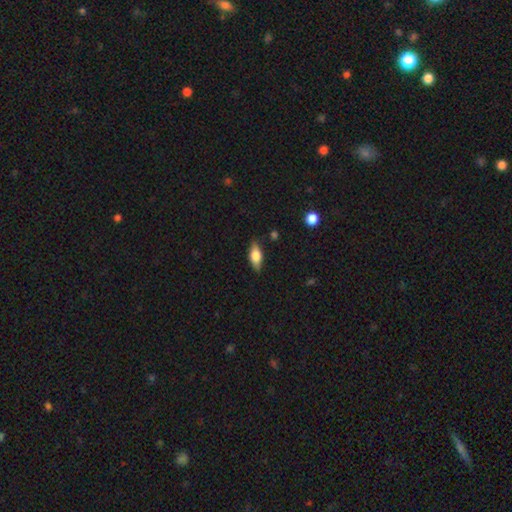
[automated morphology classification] The model was most divided on "smooth or featured": smooth: 67%, featured or disk: 26%, star or artifact: 7%. More confident: merging — none (82%); how rounded — in between (80%).